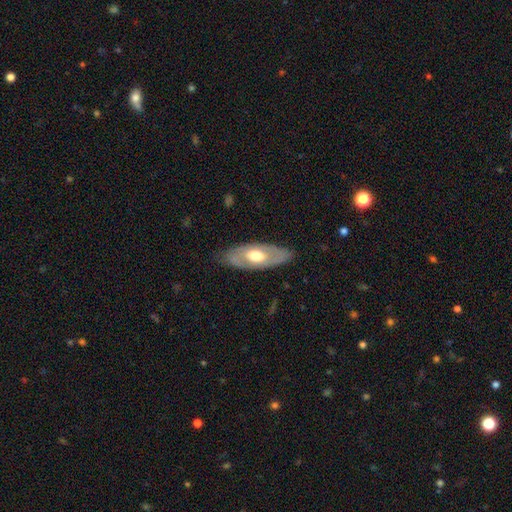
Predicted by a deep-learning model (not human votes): smooth_or_featured: featured or disk (p=0.52) [alt: smooth p=0.43]
disk_edge_on: no (p=0.75) [alt: yes p=0.25]
merging: none (p=0.80) [alt: minor disturbance p=0.15]